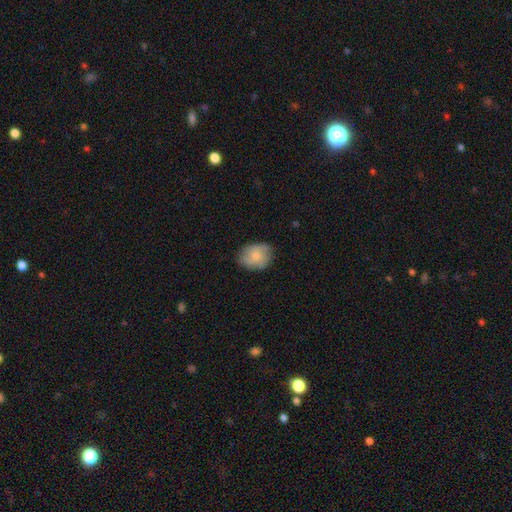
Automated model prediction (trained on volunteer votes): smooth-or-featured: smooth: 75% | featured or disk: 19% | star or artifact: 7%
  how-rounded: in between: 61% | round: 38% | cigar-shaped: 1%
  merging: none: 71% | minor disturbance: 22% | major disturbance: 5% | merger: 1%